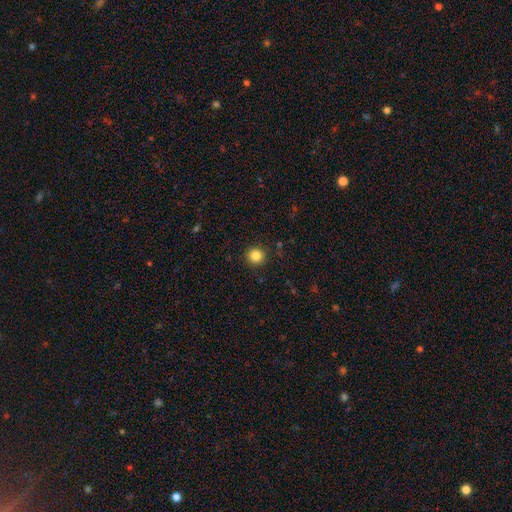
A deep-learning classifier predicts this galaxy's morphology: Smooth or featured: smooth — 84% (star or artifact — 11%)
How rounded: round — 94% (in between — 5%)
Merging: none — 92% (minor disturbance — 5%)